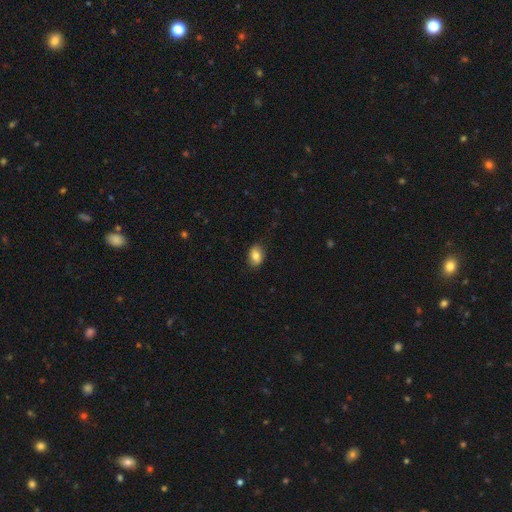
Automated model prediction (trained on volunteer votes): Smooth or featured? smooth (84%)
How rounded? in between (79%)
Merging? none (83%)